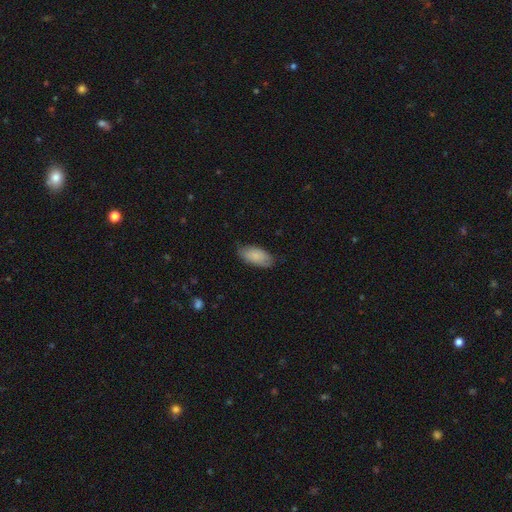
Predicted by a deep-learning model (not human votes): Smooth or featured? Predicted: smooth (p=0.85). How rounded? Predicted: in between (p=0.92). Merging? Predicted: none (p=0.74).